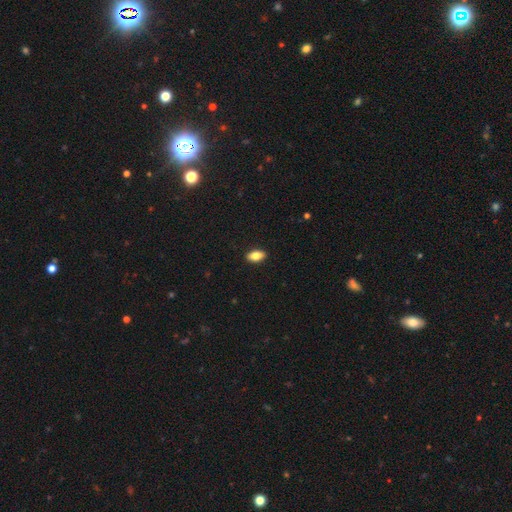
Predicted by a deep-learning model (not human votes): Smooth or featured?
  - smooth: 82% *
  - featured or disk: 11%
  - star or artifact: 8%
How rounded?
  - in between: 90% *
  - cigar-shaped: 6%
  - round: 5%
Merging?
  - none: 90% *
  - minor disturbance: 8%
  - major disturbance: 2%
  - merger: 1%